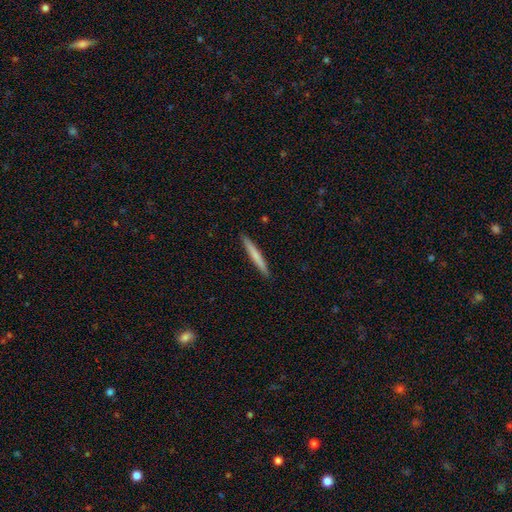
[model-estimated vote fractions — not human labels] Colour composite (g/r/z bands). It shows a smooth galaxy with no disk features (71%) that is cigar-shaped (96%). Merging: none (92%).